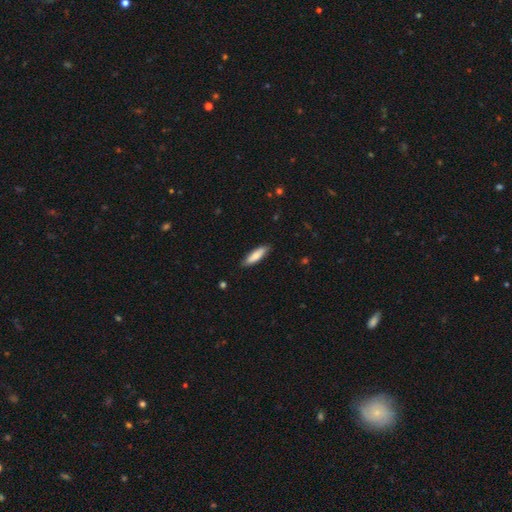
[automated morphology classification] The model was most divided on "how rounded": cigar-shaped: 64%, in between: 35%, round: 1%. More confident: merging — none (86%); smooth or featured — smooth (81%).